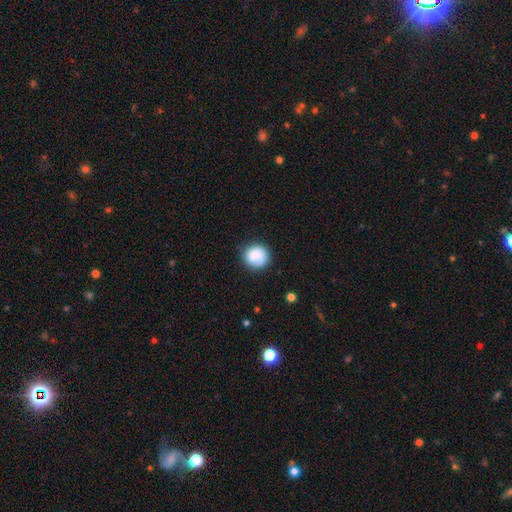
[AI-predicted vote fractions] Overall: smooth (86%). How rounded: round (90%). Merging: none (81%).